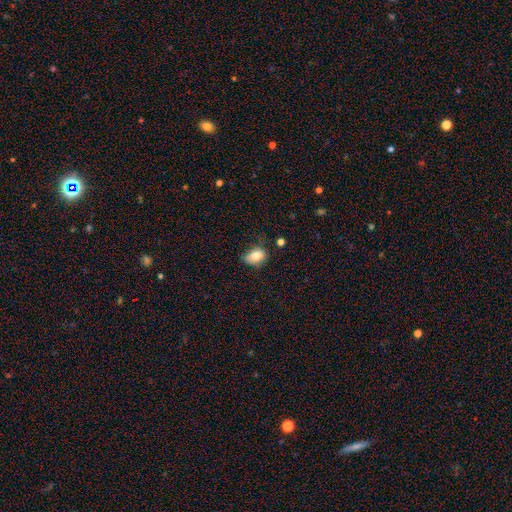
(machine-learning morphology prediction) This is clearly a smooth galaxy (81%). How rounded: likely in between (73%). Merging: possibly none (47%).